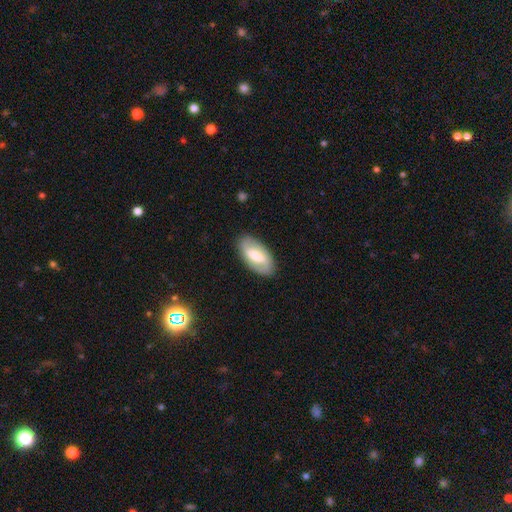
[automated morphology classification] A featured or disk galaxy (50%).

Vote fractions:
- Smooth or featured? featured or disk: 50% / smooth: 45% / star or artifact: 5%
- Merging? none: 87% / minor disturbance: 10% / major disturbance: 3% / merger: 1%